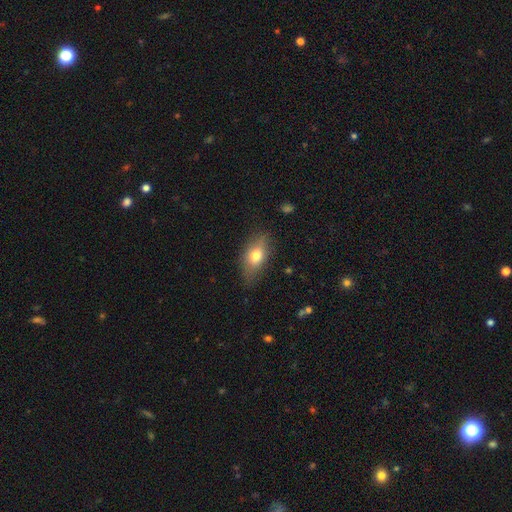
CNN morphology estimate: smooth_or_featured: smooth (p=0.71) [alt: featured or disk p=0.21]
how_rounded: in between (p=0.83) [alt: cigar-shaped p=0.08]
merging: none (p=0.74) [alt: minor disturbance p=0.20]